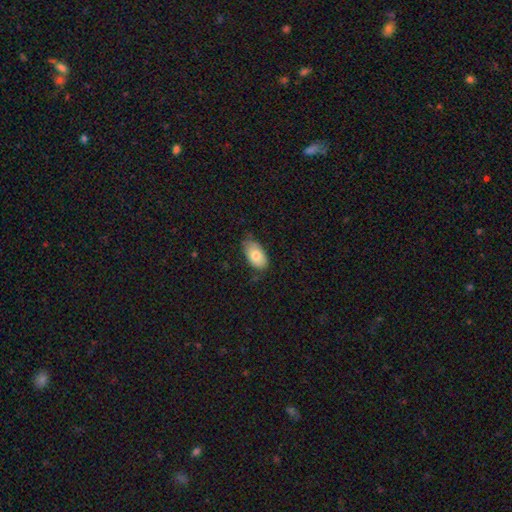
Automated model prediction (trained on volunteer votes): smooth 78%, featured or disk 15%, star or artifact 7%. Down the decision tree: how rounded — in between (94%); merging — none (62%).